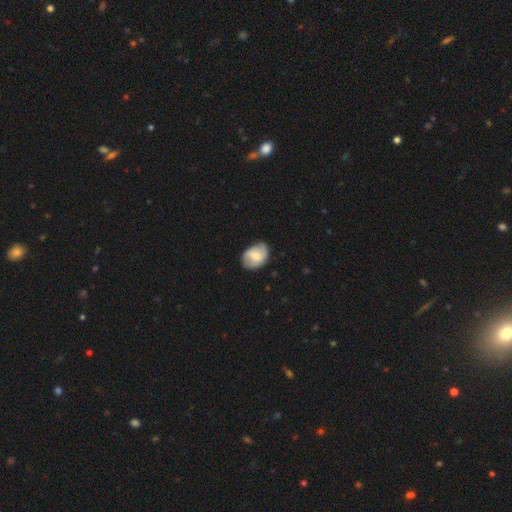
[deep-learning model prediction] smooth-or-featured: smooth: 51% | featured or disk: 42% | star or artifact: 6%
  how-rounded: in between: 70% | round: 29% | cigar-shaped: 1%
  merging: none: 69% | minor disturbance: 24% | major disturbance: 6% | merger: 1%